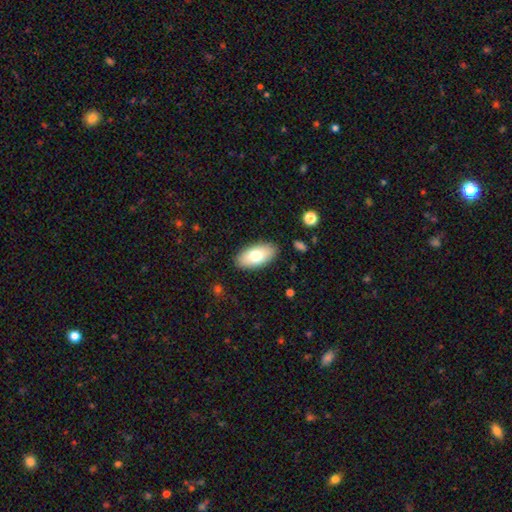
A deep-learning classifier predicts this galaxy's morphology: type=smooth (74%); roundness=in between (93%); merging=none (88%).